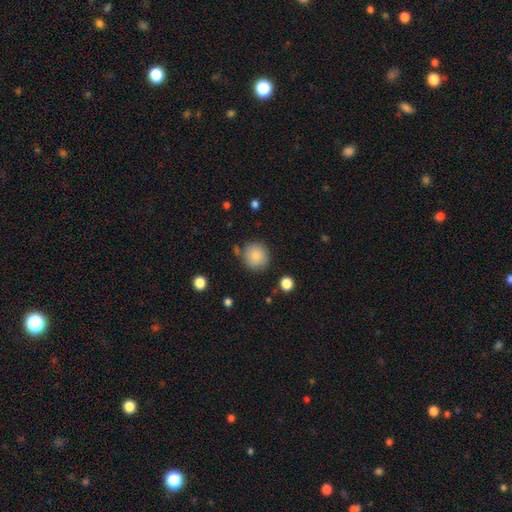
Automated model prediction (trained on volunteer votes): Smooth or featured: smooth — 84% (star or artifact — 9%)
How rounded: round — 92% (in between — 7%)
Merging: none — 83% (minor disturbance — 10%)